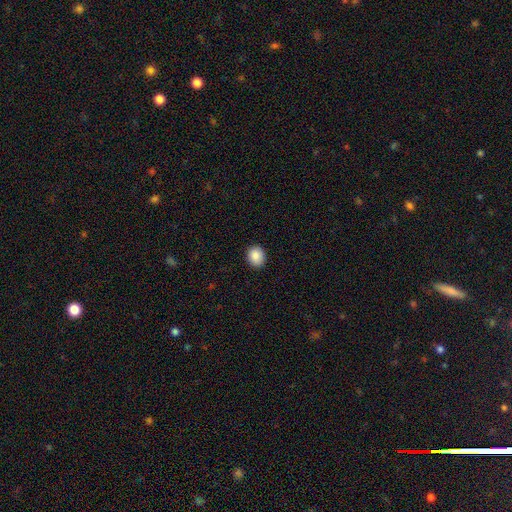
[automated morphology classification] A smooth galaxy with no disk features (88%) that is round (69%). Merging: none (90%).